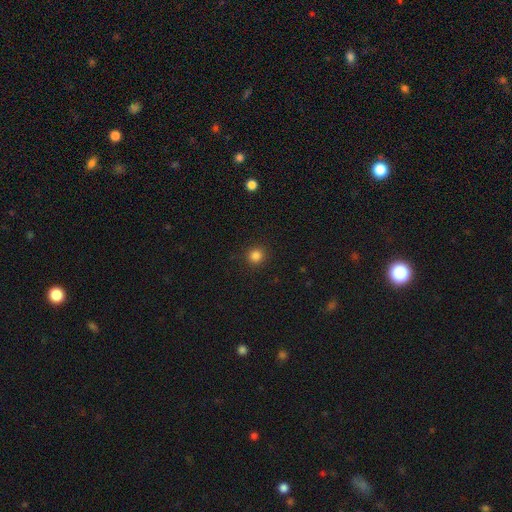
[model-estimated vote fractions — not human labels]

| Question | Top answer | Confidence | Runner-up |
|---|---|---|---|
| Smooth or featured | smooth | 84% | star or artifact (13%) |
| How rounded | round | 93% | in between (6%) |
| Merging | none | 92% | minor disturbance (5%) |